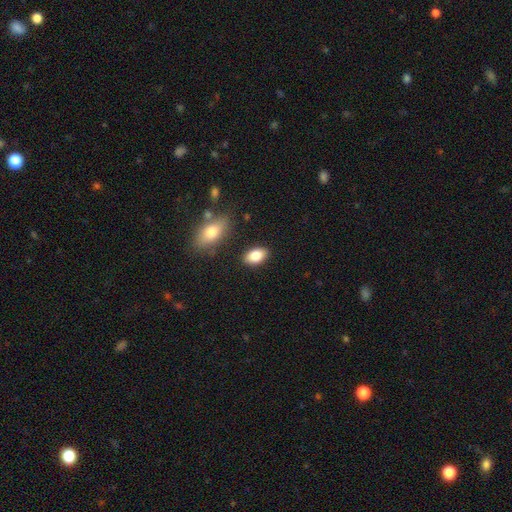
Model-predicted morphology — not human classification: Smooth or featured? Predicted: smooth (p=0.84). How rounded? Predicted: in between (p=0.91). Merging? Predicted: none (p=0.86).